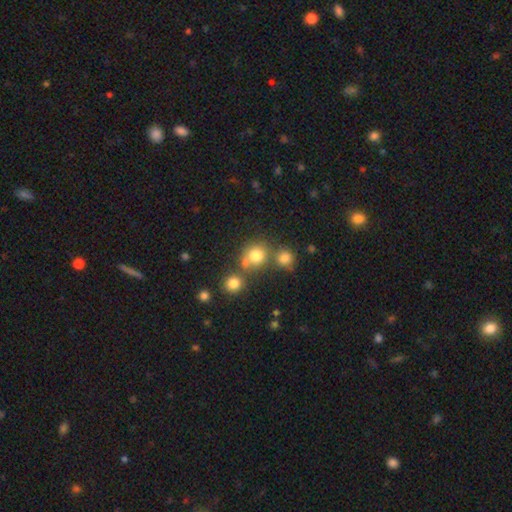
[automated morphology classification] The model was most divided on "merging": none: 58%, merger: 27%, minor disturbance: 10%, major disturbance: 5%. More confident: how rounded — round (84%); smooth or featured — smooth (76%).